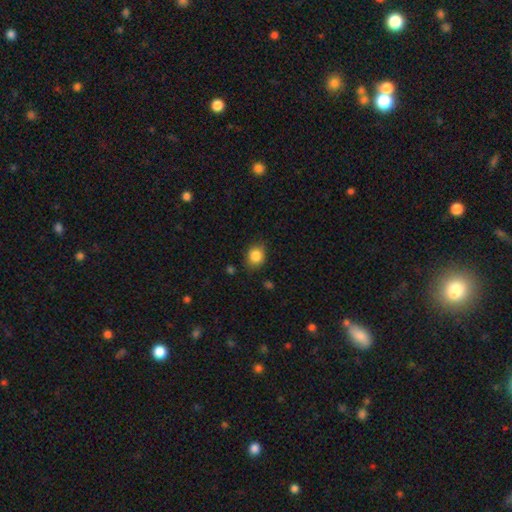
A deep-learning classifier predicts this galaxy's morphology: smooth 85%, star or artifact 9%, featured or disk 5%. Down the decision tree: how rounded — round (64%); merging — none (78%).